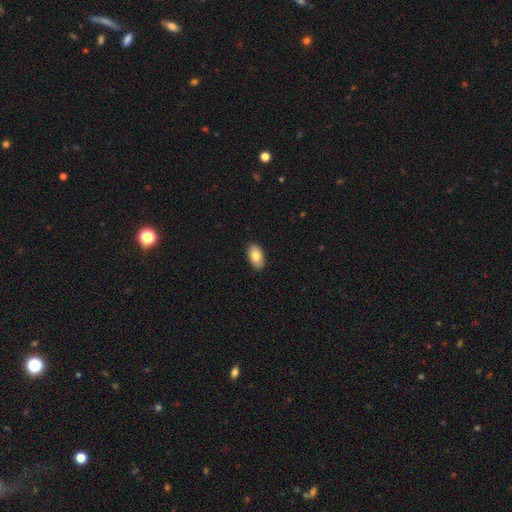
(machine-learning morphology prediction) smooth 82%, featured or disk 11%, star or artifact 7%. Down the decision tree: how rounded — in between (94%); merging — none (88%).